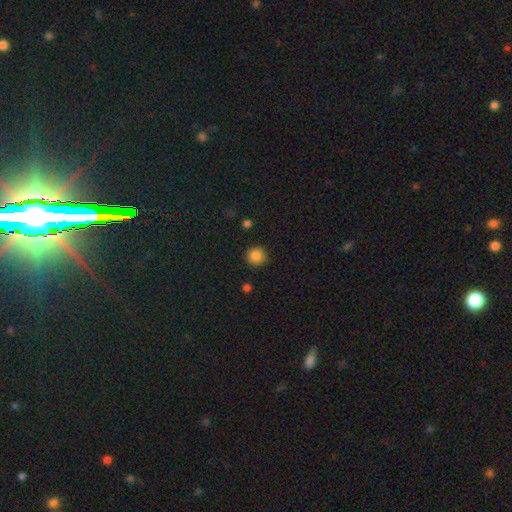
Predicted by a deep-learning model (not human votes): A smooth galaxy with no disk features (86%) that is round (94%).

Vote fractions:
- Smooth or featured? smooth: 86% / star or artifact: 10% / featured or disk: 4%
- How rounded? round: 94% / in between: 5% / cigar-shaped: 1%
- Merging? none: 90% / minor disturbance: 7% / major disturbance: 2% / merger: 1%